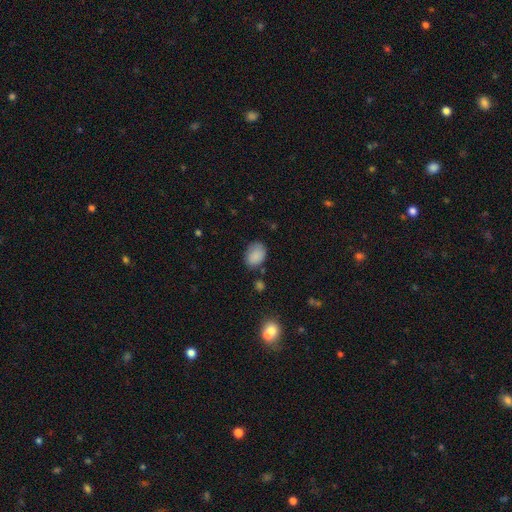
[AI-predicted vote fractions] Morphology: type=smooth (86%); roundness=in between (72%); merging=none (71%).